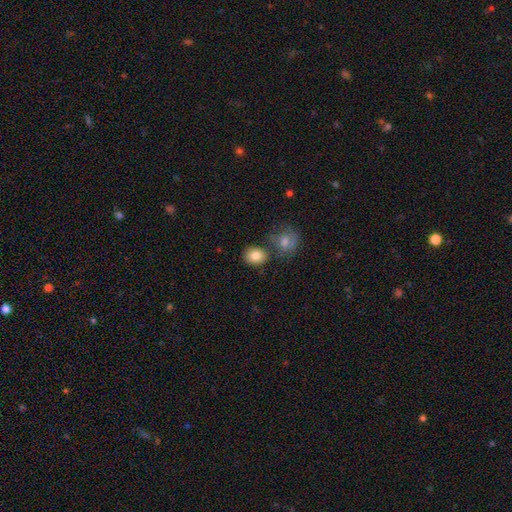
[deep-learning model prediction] smooth_or_featured: smooth (p=0.82) [alt: featured or disk p=0.09]
how_rounded: round (p=0.60) [alt: in between p=0.39]
merging: none (p=0.69) [alt: merger p=0.15]